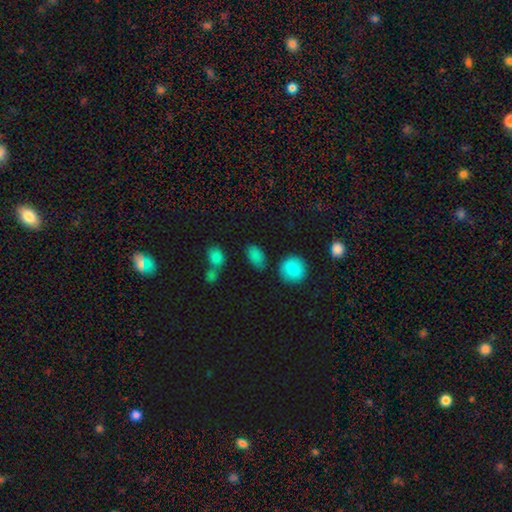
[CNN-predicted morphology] smooth_or_featured: smooth (p=0.82) [alt: star or artifact p=0.12]
how_rounded: in between (p=0.84) [alt: round p=0.13]
merging: none (p=0.75) [alt: minor disturbance p=0.13]